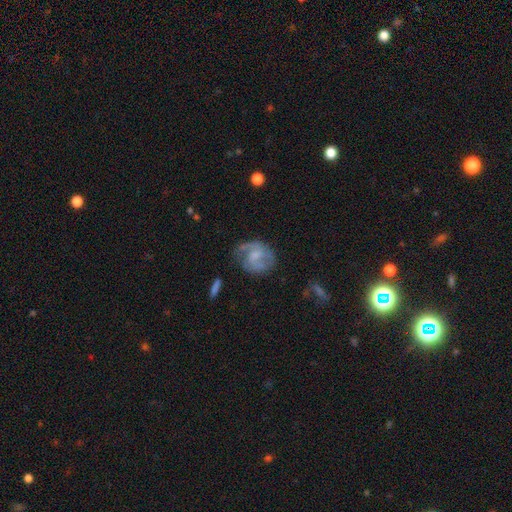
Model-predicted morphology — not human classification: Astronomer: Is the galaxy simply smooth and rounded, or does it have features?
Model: featured or disk — 64%.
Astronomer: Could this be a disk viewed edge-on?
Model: no — 97%.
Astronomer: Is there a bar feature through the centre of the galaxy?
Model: weak — 46% (runner-up: no, 44%).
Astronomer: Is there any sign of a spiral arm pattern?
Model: yes — 83%.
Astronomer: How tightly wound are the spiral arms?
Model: medium — 47% (runner-up: loose, 28%).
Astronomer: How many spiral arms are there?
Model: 2 — 67%.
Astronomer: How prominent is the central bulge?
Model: small — 34% (runner-up: none, 32%).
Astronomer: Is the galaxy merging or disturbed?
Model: none — 56%.